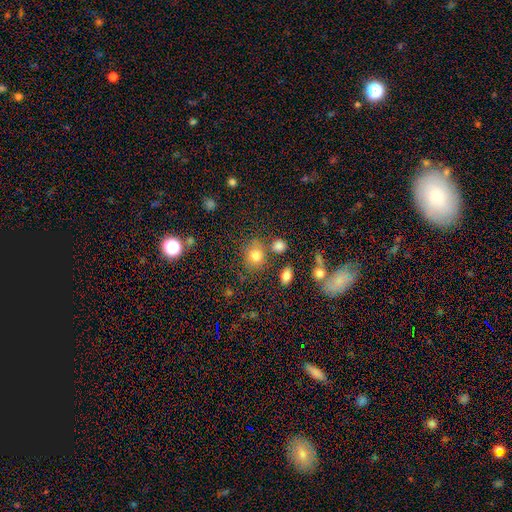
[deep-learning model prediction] Overall: smooth (76%). How rounded: round (69%; in between 30%). Merging: none (67%).